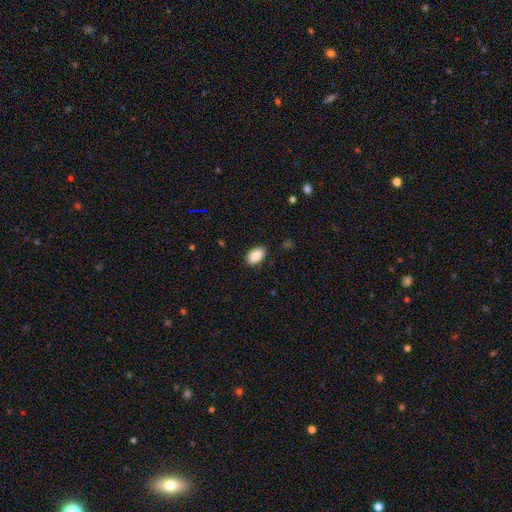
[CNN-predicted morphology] A smooth galaxy with no disk features (90%) that is in between round and cigar-shaped (92%).

Vote fractions:
- Smooth or featured? smooth: 90% / star or artifact: 7% / featured or disk: 3%
- How rounded? in between: 92% / round: 6% / cigar-shaped: 1%
- Merging? none: 87% / minor disturbance: 9% / major disturbance: 2% / merger: 1%